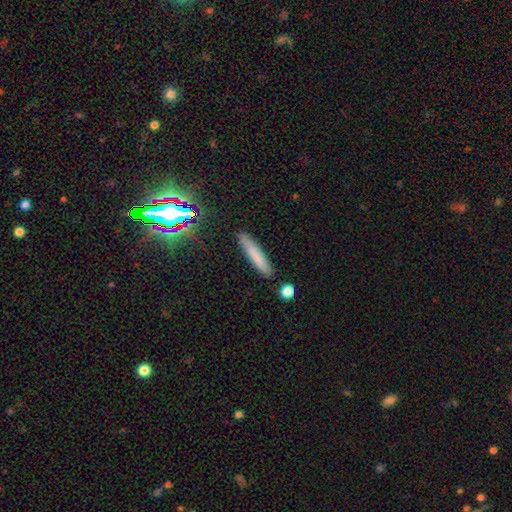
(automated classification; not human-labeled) A smooth galaxy with no disk features (74%) that is cigar-shaped (92%). Merging: none (88%).